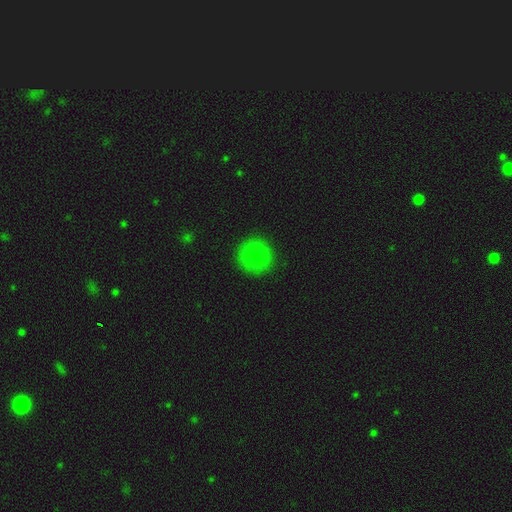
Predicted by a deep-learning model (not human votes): This appears to be a smooth galaxy with no disk features (84%) that is round (93%). Merging: none (88%).